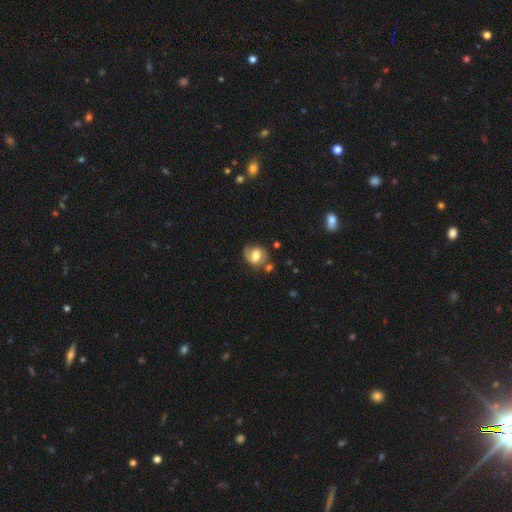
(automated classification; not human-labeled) A smooth galaxy with no disk features (50%) that is round (56%).

Vote fractions:
- Smooth or featured? smooth: 50% / featured or disk: 41% / star or artifact: 9%
- How rounded? round: 56% / in between: 43% / cigar-shaped: 1%
- Merging? none: 63% / minor disturbance: 22% / major disturbance: 8% / merger: 6%